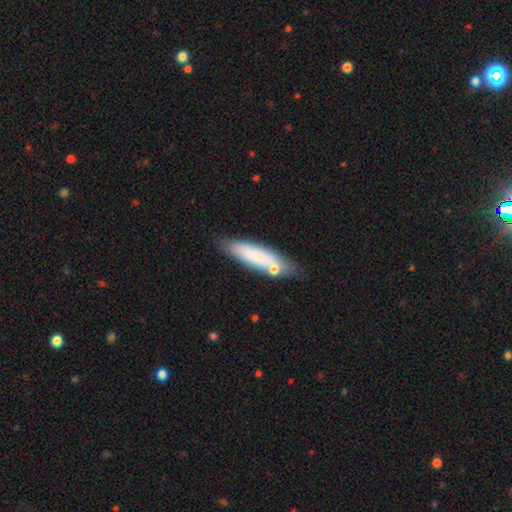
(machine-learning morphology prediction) This is likely a smooth galaxy (75%). How rounded: likely cigar-shaped (70%). Merging: likely none (75%).